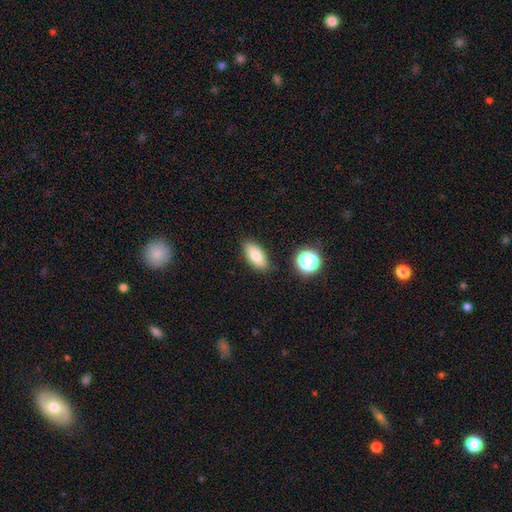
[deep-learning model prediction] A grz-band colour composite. It shows a smooth galaxy with no disk features (78%) that is in between round and cigar-shaped (84%). Merging: none (85%).